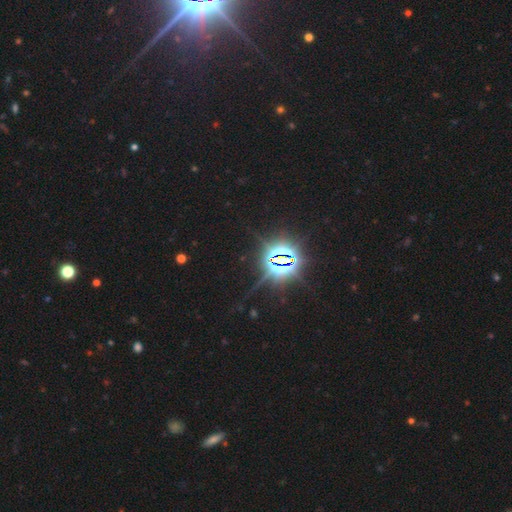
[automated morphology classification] smooth-or-featured: star or artifact: 83% | smooth: 10% | featured or disk: 7%